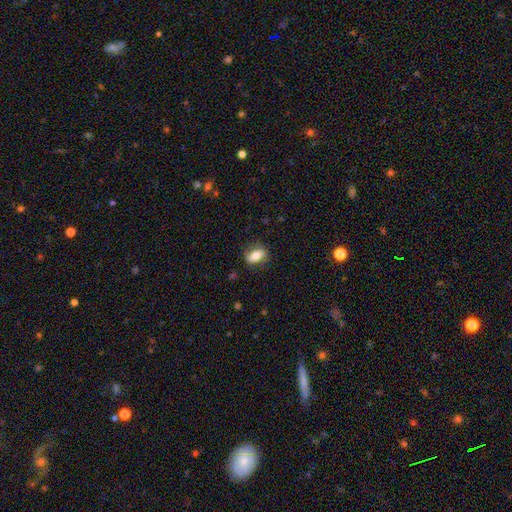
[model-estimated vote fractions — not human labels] Smooth or featured: smooth — 71% (featured or disk — 21%)
How rounded: in between — 79% (round — 10%)
Merging: none — 78% (minor disturbance — 16%)